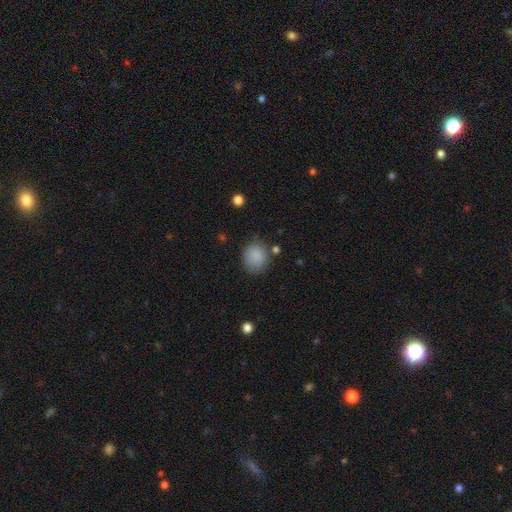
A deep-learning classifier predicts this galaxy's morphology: Overall: smooth (86%). How rounded: round (68%; in between 31%). Merging: none (76%).